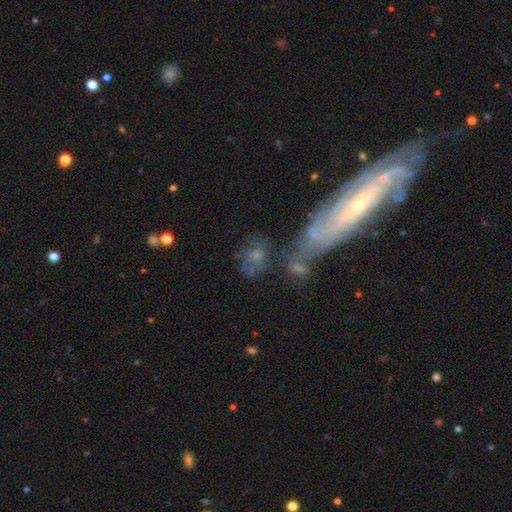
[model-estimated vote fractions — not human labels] Smooth or featured: smooth — 44% (featured or disk — 42%)
Merging: none — 35% (merger — 30%)